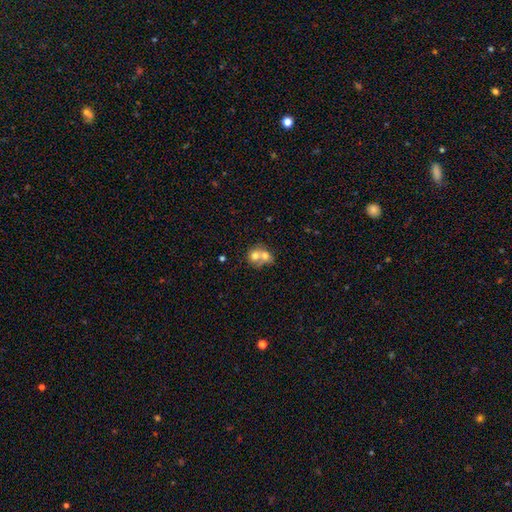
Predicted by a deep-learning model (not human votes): smooth 66%, featured or disk 26%, star or artifact 9%. Down the decision tree: how rounded — round (66%); merging — merger (71%).